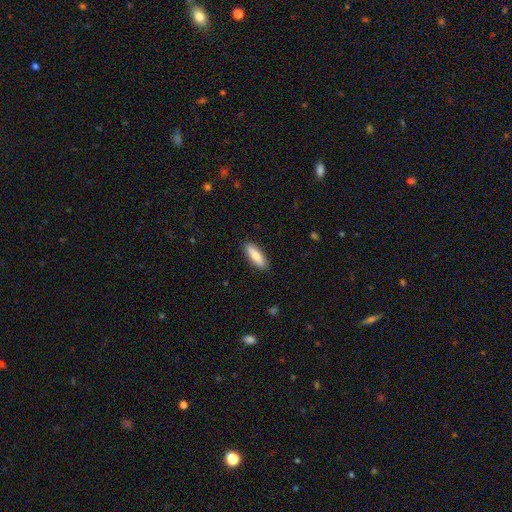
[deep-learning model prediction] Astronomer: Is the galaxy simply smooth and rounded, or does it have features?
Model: smooth — 81%.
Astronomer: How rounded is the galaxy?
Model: cigar-shaped — 53% (runner-up: in between, 46%).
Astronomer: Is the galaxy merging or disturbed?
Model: none — 89%.